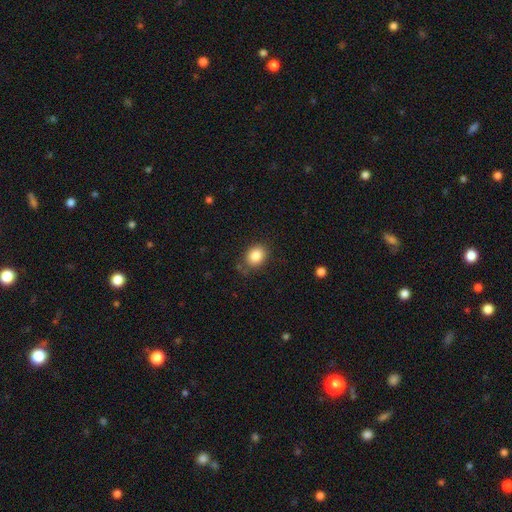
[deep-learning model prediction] Smooth or featured: smooth — 85% (star or artifact — 9%)
How rounded: in between — 53% (round — 46%)
Merging: none — 78% (minor disturbance — 15%)